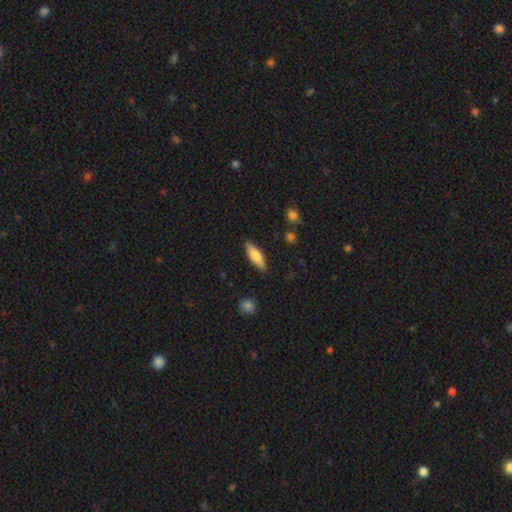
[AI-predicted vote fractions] Overall: smooth (69%). How rounded: cigar-shaped (55%; in between 43%). Merging: none (86%).